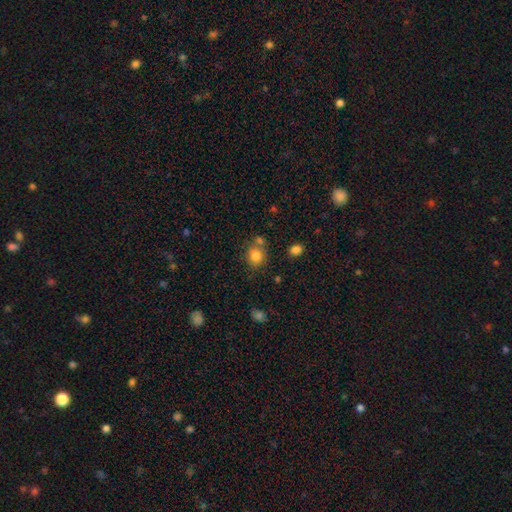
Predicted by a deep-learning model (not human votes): This appears to be a smooth galaxy with no disk features (82%) that is round (75%). Merging: none (67%).